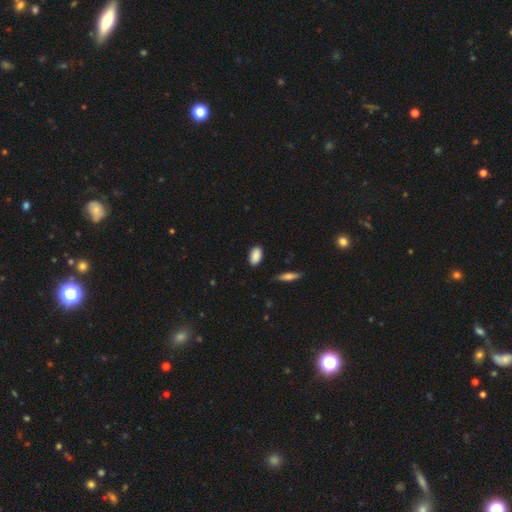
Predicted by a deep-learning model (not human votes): The model was most divided on "merging": none: 86%, minor disturbance: 10%, major disturbance: 2%, merger: 1%. More confident: how rounded — in between (92%); smooth or featured — smooth (89%).